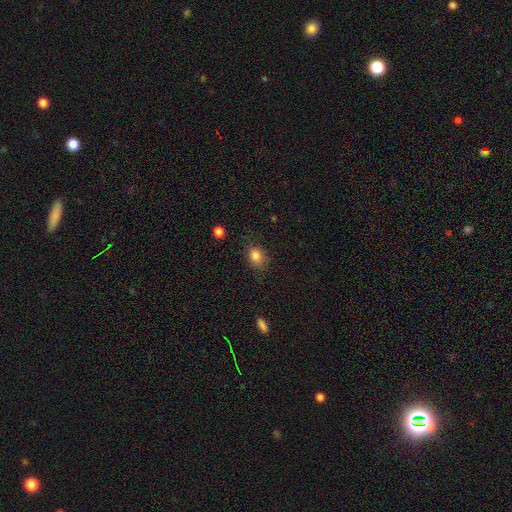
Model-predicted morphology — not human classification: This appears to be a smooth galaxy with no disk features (83%) that is in between round and cigar-shaped (50%). Merging: none (77%).